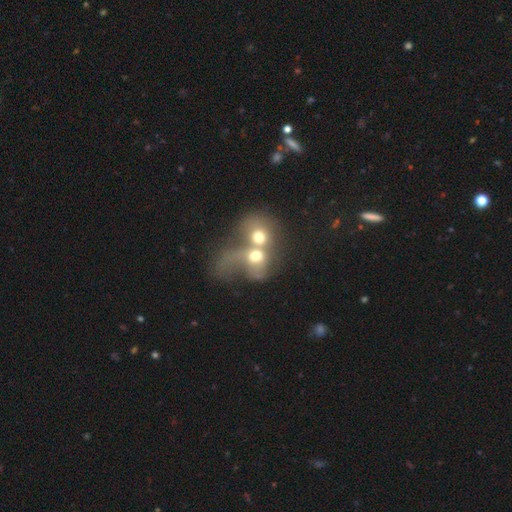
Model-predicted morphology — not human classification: Smooth or featured? smooth (54%)
How rounded? round (61%)
Merging? merger (79%)